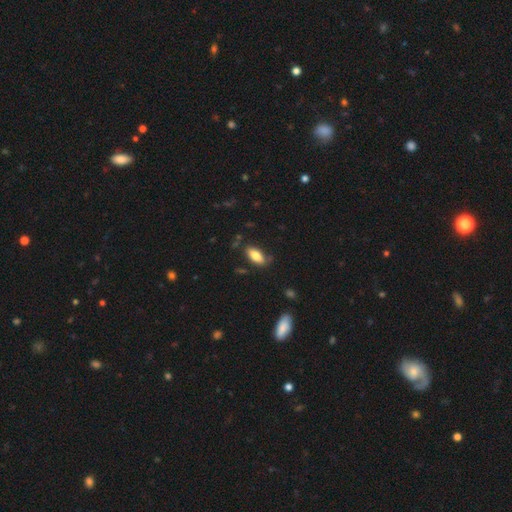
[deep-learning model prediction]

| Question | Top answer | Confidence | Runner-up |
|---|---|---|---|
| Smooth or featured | smooth | 79% | featured or disk (14%) |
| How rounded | in between | 86% | cigar-shaped (11%) |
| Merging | none | 77% | minor disturbance (17%) |